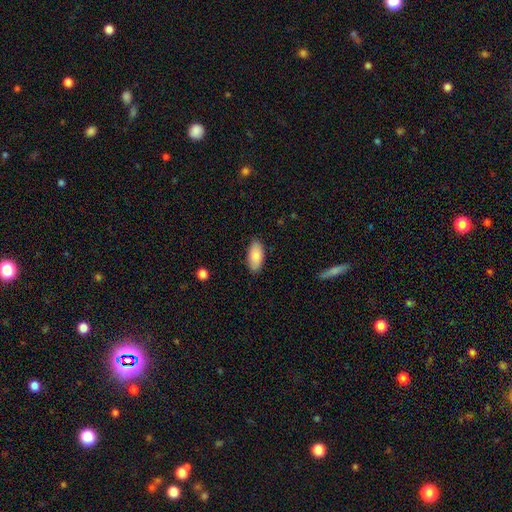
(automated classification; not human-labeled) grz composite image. It shows a smooth galaxy with no disk features (85%) that is in between round and cigar-shaped (92%). Merging: none (87%).